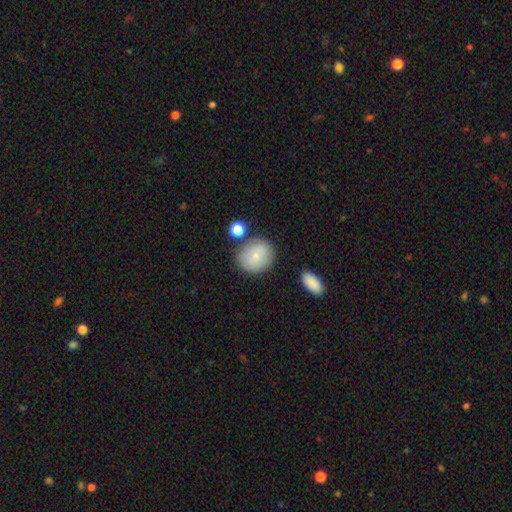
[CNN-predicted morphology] smooth 80%, featured or disk 12%, star or artifact 8%. Down the decision tree: how rounded — round (77%); merging — none (78%).